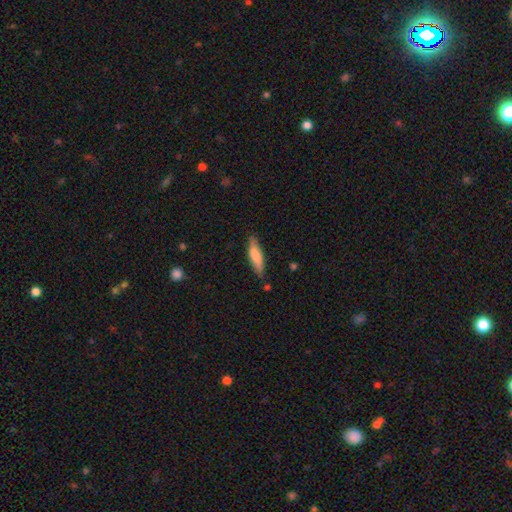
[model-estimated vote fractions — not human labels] smooth_or_featured: smooth (p=0.73) [alt: featured or disk p=0.21]
how_rounded: cigar-shaped (p=0.70) [alt: in between p=0.28]
merging: none (p=0.78) [alt: minor disturbance p=0.16]